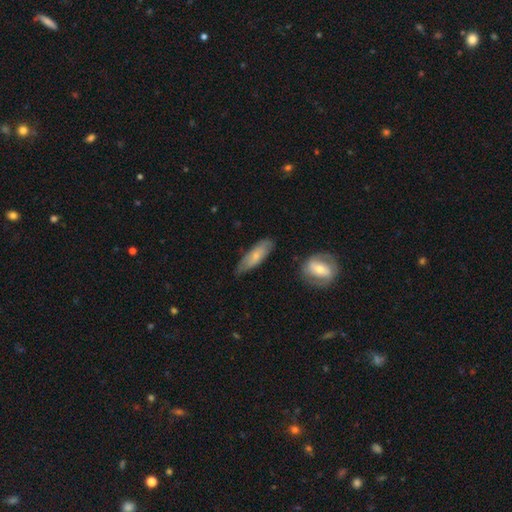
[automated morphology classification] Smooth or featured?
  - smooth: 61% *
  - featured or disk: 34%
  - star or artifact: 6%
How rounded?
  - in between: 53% *
  - cigar-shaped: 45%
  - round: 3%
Merging?
  - none: 69% *
  - minor disturbance: 24%
  - major disturbance: 5%
  - merger: 3%